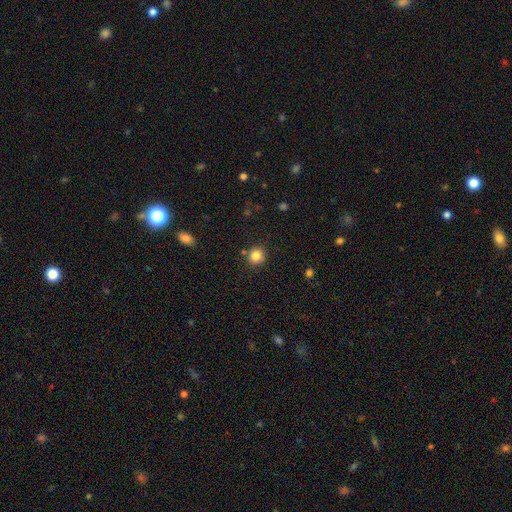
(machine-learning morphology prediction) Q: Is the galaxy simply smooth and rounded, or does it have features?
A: smooth — 83%.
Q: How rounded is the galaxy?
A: round — 88%.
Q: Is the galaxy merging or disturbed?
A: none — 82%.